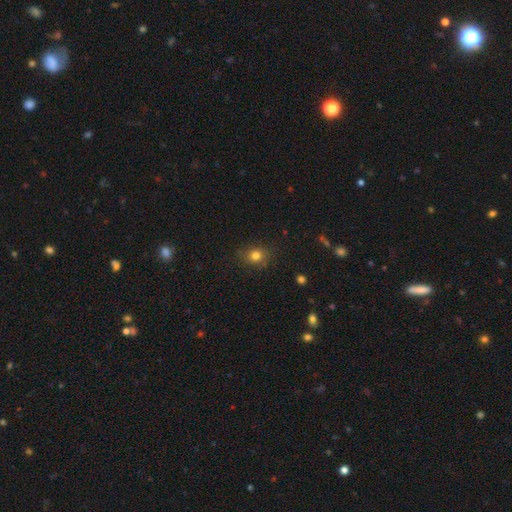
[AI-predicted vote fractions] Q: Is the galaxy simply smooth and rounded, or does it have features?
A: smooth — 79%.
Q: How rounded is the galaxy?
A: round — 67%.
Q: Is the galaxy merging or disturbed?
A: none — 82%.